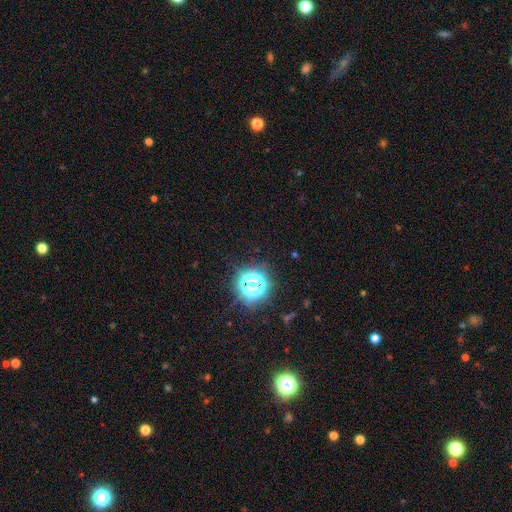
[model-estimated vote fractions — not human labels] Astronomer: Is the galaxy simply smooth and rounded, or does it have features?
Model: star or artifact — 78%.